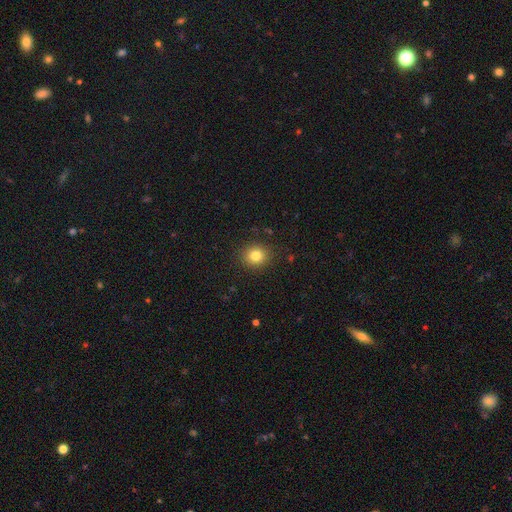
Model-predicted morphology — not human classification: Smooth or featured?
  - smooth: 81% *
  - star or artifact: 12%
  - featured or disk: 7%
How rounded?
  - round: 81% *
  - in between: 18%
  - cigar-shaped: 1%
Merging?
  - none: 89% *
  - minor disturbance: 8%
  - major disturbance: 3%
  - merger: 1%